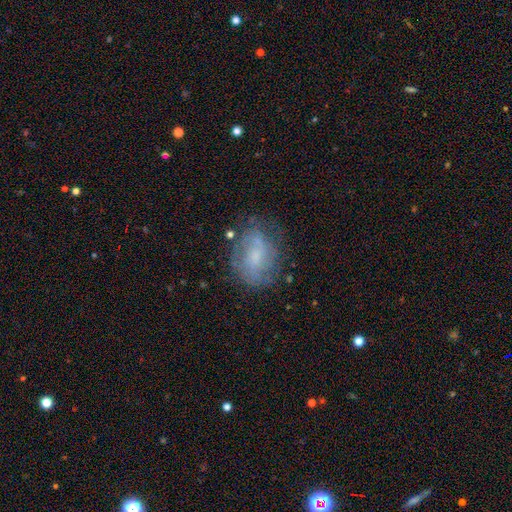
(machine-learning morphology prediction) A featured or disk galaxy (49%). Merging: none (63%).